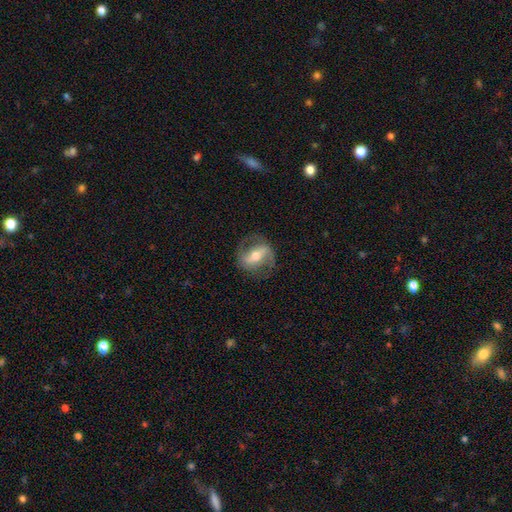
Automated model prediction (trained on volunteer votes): smooth_or_featured: featured or disk (p=0.76) [alt: smooth p=0.18]
disk_edge_on: no (p=0.91) [alt: yes p=0.09]
bar: strong (p=0.58) [alt: weak p=0.28]
has_spiral_arms: yes (p=0.80) [alt: no p=0.20]
spiral_winding: medium (p=0.45) [alt: loose p=0.35]
spiral_arm_count: 2 (p=0.87) [alt: can't tell p=0.07]
bulge_size: moderate (p=0.62) [alt: small p=0.29]
merging: none (p=0.77) [alt: minor disturbance p=0.14]